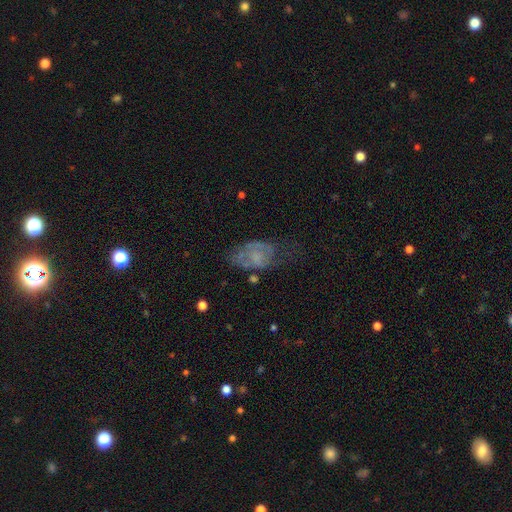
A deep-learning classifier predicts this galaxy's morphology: featured or disk 51%, smooth 37%, star or artifact 12%. Down the decision tree: edge-on disk — no (95%); merging — none (38%).